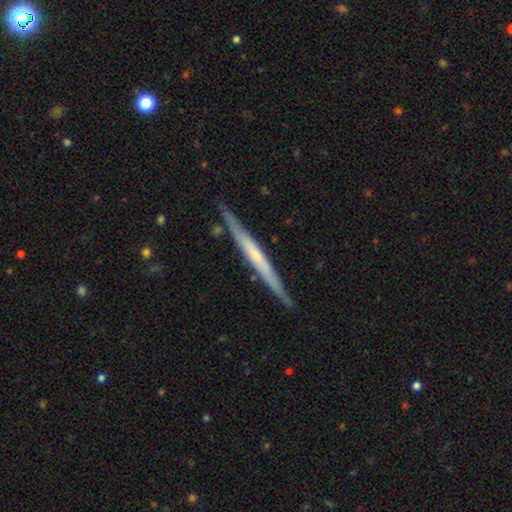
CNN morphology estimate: This appears to be a featured or disk galaxy (64%) viewed edge-on (97%) with no central bulge (68%). Merging: none (87%).